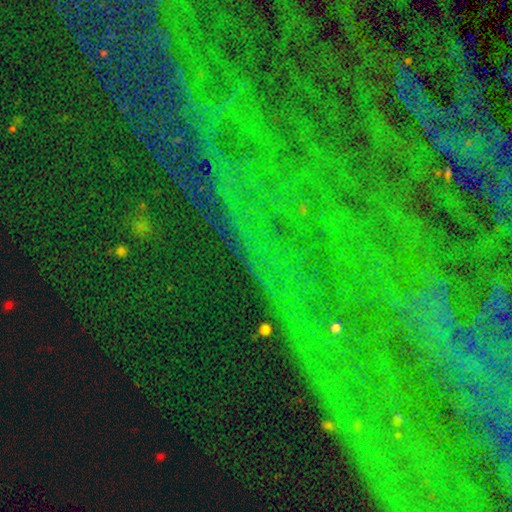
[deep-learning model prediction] Smooth or featured? star or artifact (83%)